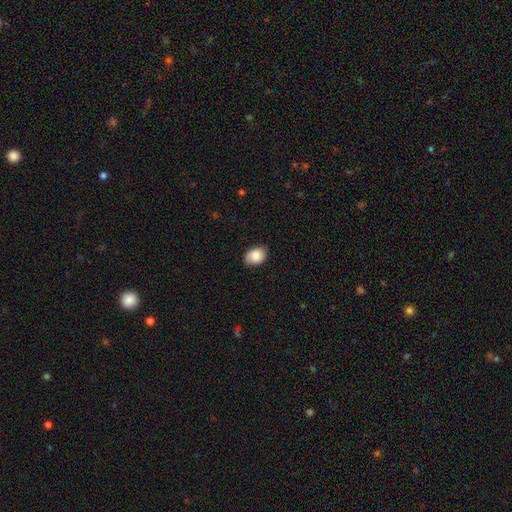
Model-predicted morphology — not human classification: type=smooth (84%); roundness=in between (72%); merging=none (74%).